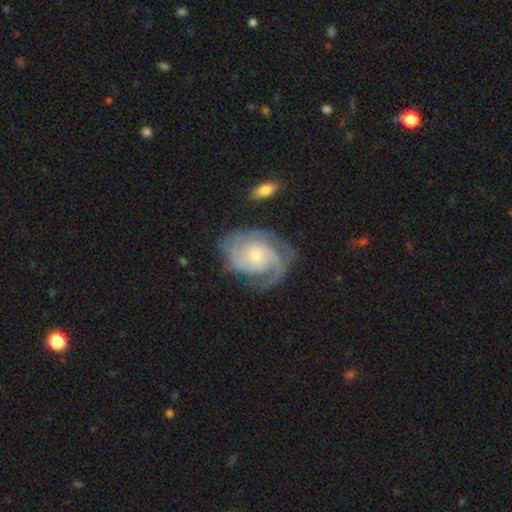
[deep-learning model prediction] The model was most divided on "spiral arm count": 2: 38%, 3: 28%, can't tell: 16%, 1: 8%, 4: 6%, more than 4: 5%. Remaining: edge-on disk — no (98%); spiral arms — yes (97%); smooth or featured — featured or disk (88%); merging — none (67%); bar — no (67%); bulge size — small (60%); spiral winding — tight (50%).